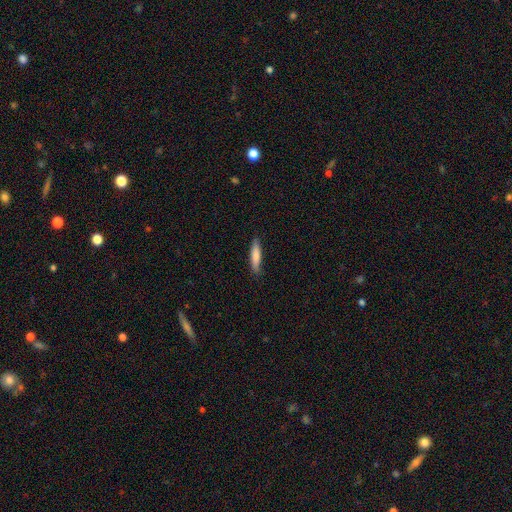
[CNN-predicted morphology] A smooth galaxy with no disk features (80%) that is cigar-shaped (84%).

Vote fractions:
- Smooth or featured? smooth: 80% / featured or disk: 14% / star or artifact: 6%
- How rounded? cigar-shaped: 84% / in between: 15% / round: 1%
- Merging? none: 85% / minor disturbance: 11% / major disturbance: 2% / merger: 1%